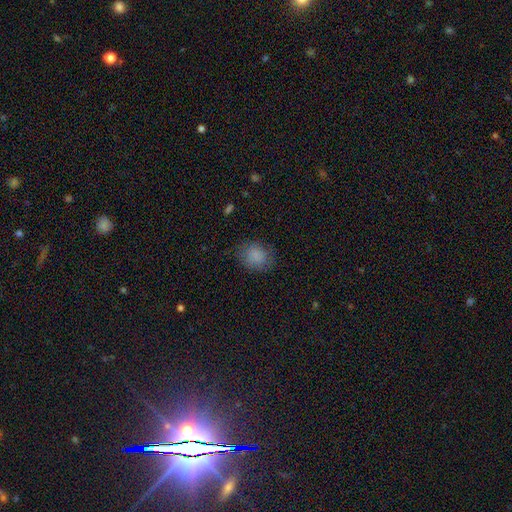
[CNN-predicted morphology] A smooth galaxy with no disk features (84%) that is round (61%).

Vote fractions:
- Smooth or featured? smooth: 84% / star or artifact: 10% / featured or disk: 6%
- How rounded? round: 61% / in between: 38% / cigar-shaped: 1%
- Merging? none: 75% / minor disturbance: 18% / major disturbance: 6% / merger: 1%